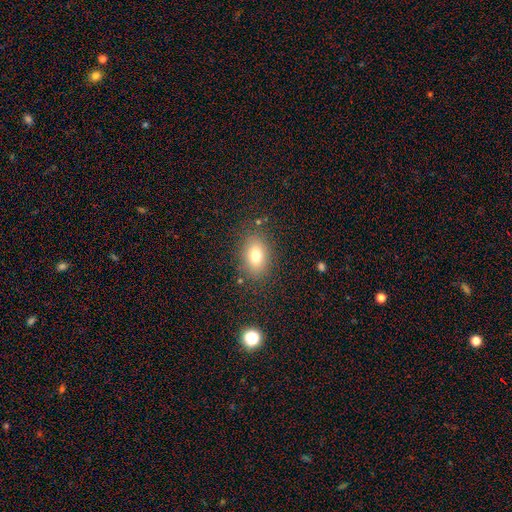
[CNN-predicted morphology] Smooth or featured? smooth (77%)
How rounded? in between (76%)
Merging? none (83%)